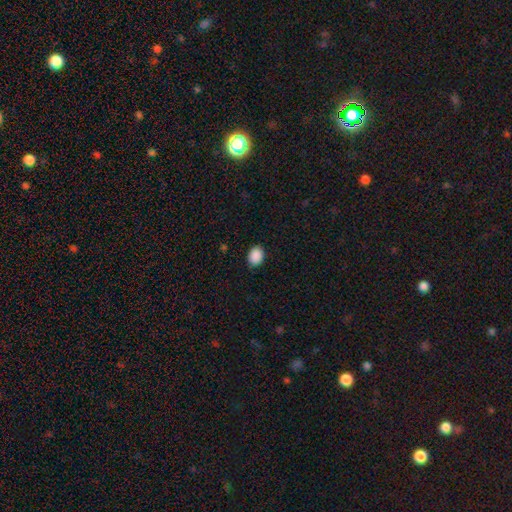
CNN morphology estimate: A smooth galaxy with no disk features (90%) that is in between round and cigar-shaped (57%).

Vote fractions:
- Smooth or featured? smooth: 90% / star or artifact: 8% / featured or disk: 2%
- How rounded? in between: 57% / round: 42% / cigar-shaped: 1%
- Merging? none: 88% / minor disturbance: 9% / major disturbance: 2% / merger: 1%